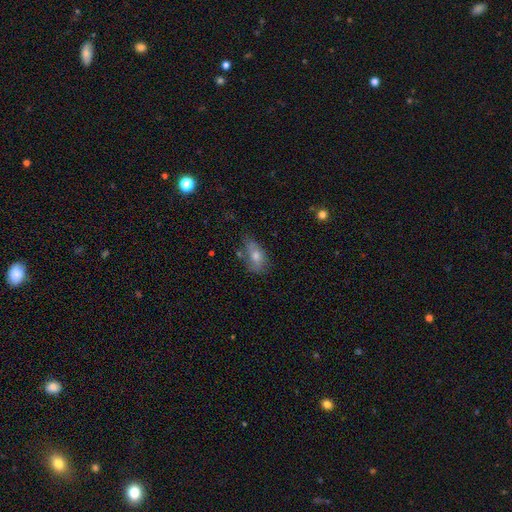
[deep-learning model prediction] Overall: smooth (58%; featured or disk 29%). How rounded: in between (81%). Merging: none (53%; minor disturbance 30%).